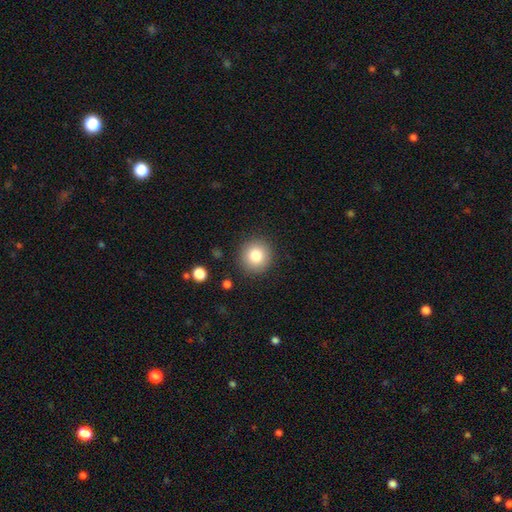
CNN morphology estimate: Overall: smooth (81%). How rounded: round (93%). Merging: none (90%).